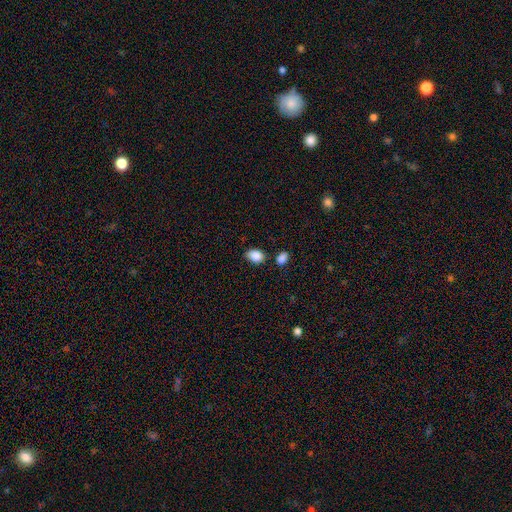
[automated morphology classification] Q: Smooth or featured?
A: smooth (88%); runner-up: star or artifact (8%)
Q: How rounded?
A: in between (77%); runner-up: round (22%)
Q: Merging?
A: none (70%); runner-up: minor disturbance (18%)